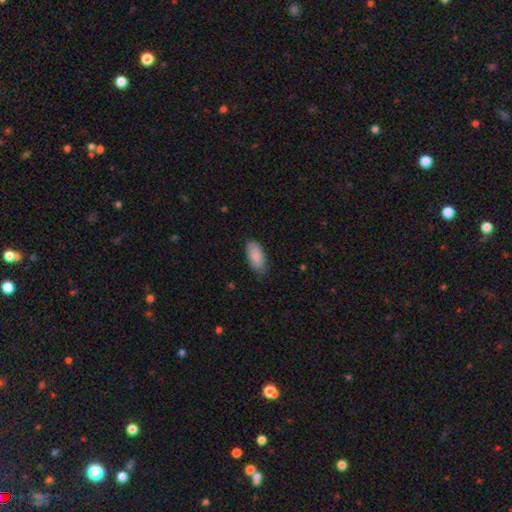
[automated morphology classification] A smooth galaxy with no disk features (88%) that is in between round and cigar-shaped (92%). Merging: none (77%).